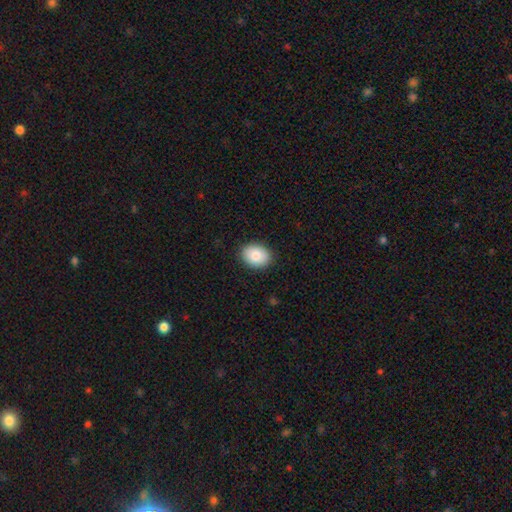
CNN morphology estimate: This is clearly a smooth galaxy (84%). How rounded: likely in between (63%). Merging: clearly none (89%).